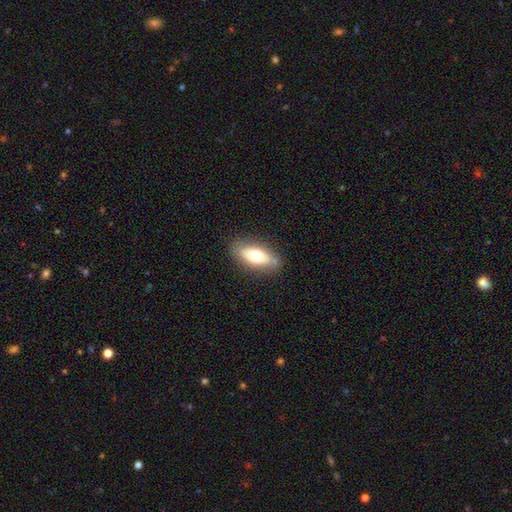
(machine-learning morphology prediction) Overall: smooth (63%; featured or disk 30%). How rounded: in between (81%). Merging: none (80%).